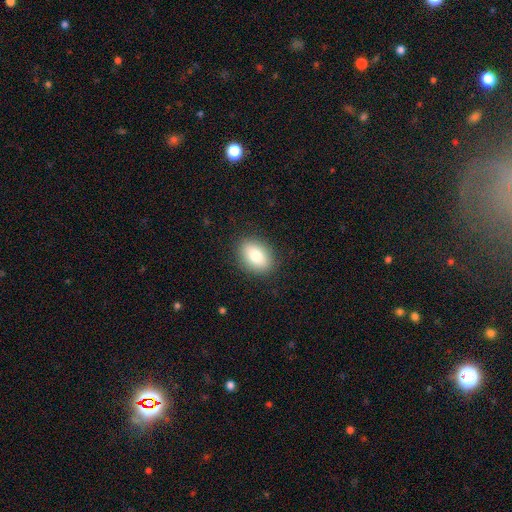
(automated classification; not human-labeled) Smooth or featured? Predicted: smooth (p=0.81). How rounded? Predicted: in between (p=0.78). Merging? Predicted: none (p=0.88).